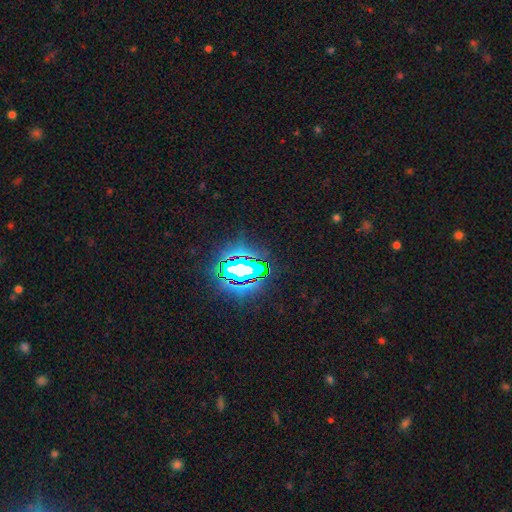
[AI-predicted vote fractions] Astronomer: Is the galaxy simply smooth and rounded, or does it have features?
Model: star or artifact — 83%.